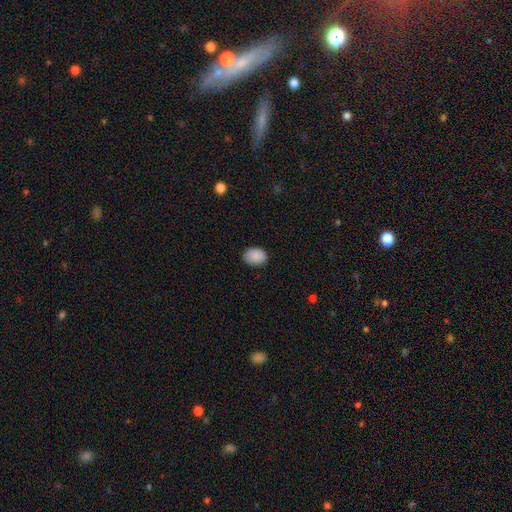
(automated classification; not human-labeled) This is clearly a smooth galaxy (89%). How rounded: likely in between (64%). Merging: clearly none (86%).